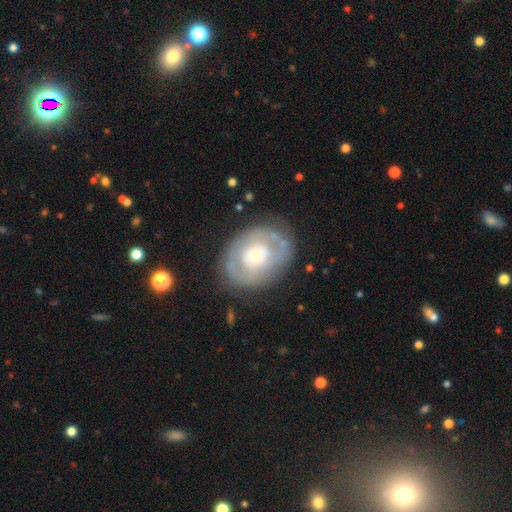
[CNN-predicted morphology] This is likely a featured or disk galaxy (64%). It is clearly not viewed edge-on (96%). Bar: clearly no (82%). Spiral arm pattern: possibly no (57%). Central bulge: possibly small (47%). Merging: likely none (73%).